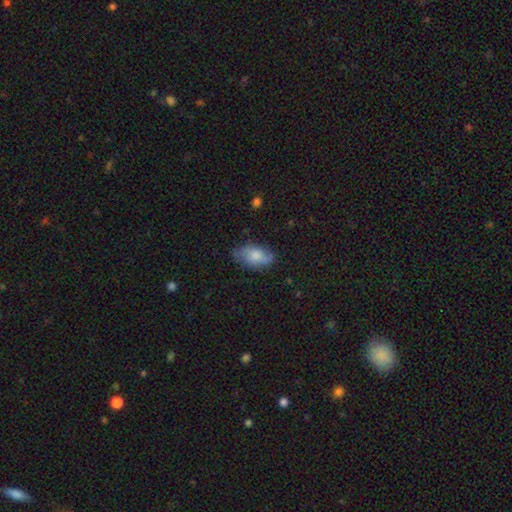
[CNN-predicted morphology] Smooth or featured? smooth (54%)
How rounded? in between (90%)
Merging? none (63%)